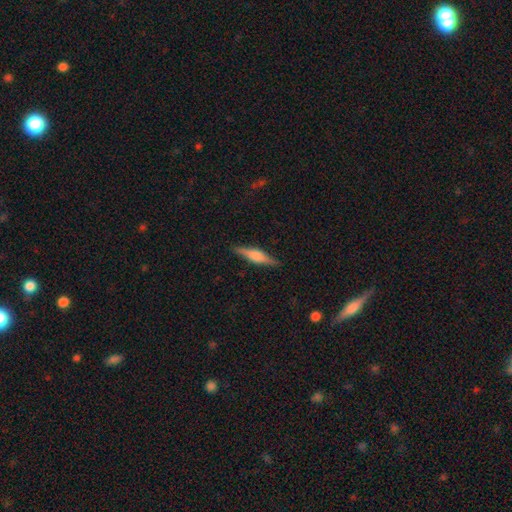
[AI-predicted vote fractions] This appears to be a featured or disk galaxy (59%) viewed edge-on (97%) with a rounded central bulge (70%). Merging: none (88%).